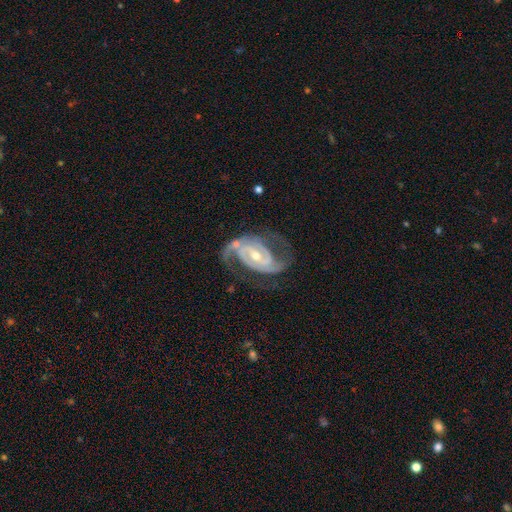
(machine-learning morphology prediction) Overall: featured or disk (92%). Edge-on disk: no (97%). Bar: weak (43%; strong 33%). Spiral arms: yes (98%). Spiral arm count: 2 (84%). Spiral winding: medium (49%; tight 40%). Bulge size: moderate (49%; small 48%). Merging: none (70%).